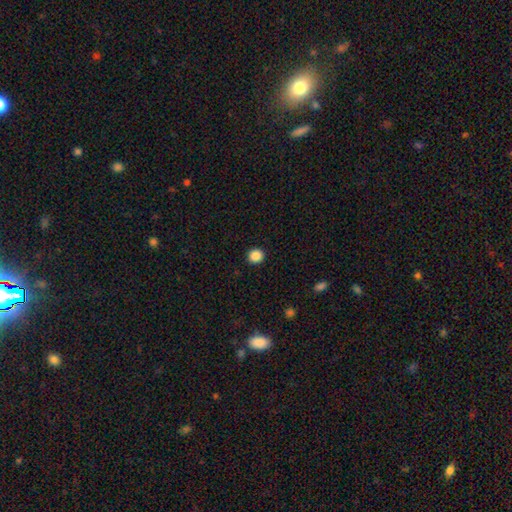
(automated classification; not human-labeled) smooth_or_featured: smooth (p=0.87) [alt: star or artifact p=0.10]
how_rounded: round (p=0.91) [alt: in between p=0.09]
merging: none (p=0.93) [alt: minor disturbance p=0.04]